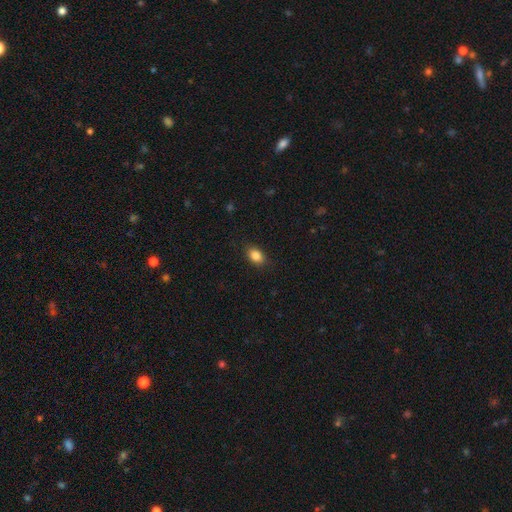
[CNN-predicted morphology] smooth_or_featured: smooth (p=0.86) [alt: star or artifact p=0.09]
how_rounded: in between (p=0.85) [alt: round p=0.13]
merging: none (p=0.87) [alt: minor disturbance p=0.09]